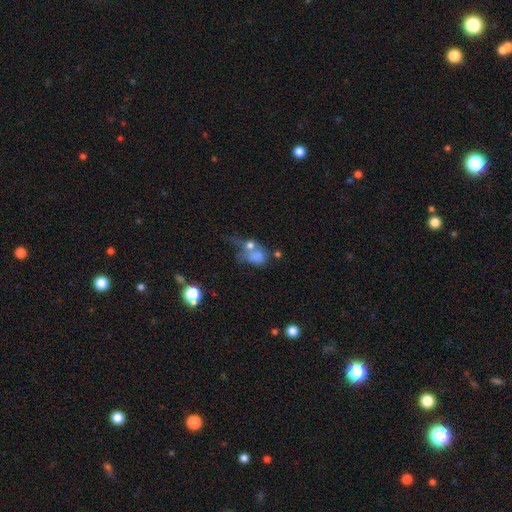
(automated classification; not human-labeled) Q: Smooth or featured?
A: smooth (60%); runner-up: featured or disk (25%)
Q: How rounded?
A: in between (65%); runner-up: round (33%)
Q: Merging?
A: merger (37%); runner-up: major disturbance (30%)